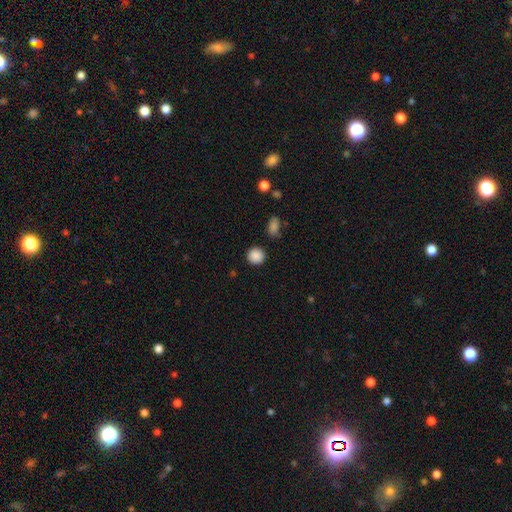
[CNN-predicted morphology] Smooth or featured?
  - smooth: 88% *
  - star or artifact: 9%
  - featured or disk: 3%
How rounded?
  - round: 90% *
  - in between: 9%
  - cigar-shaped: 1%
Merging?
  - none: 89% *
  - minor disturbance: 6%
  - major disturbance: 2%
  - merger: 2%